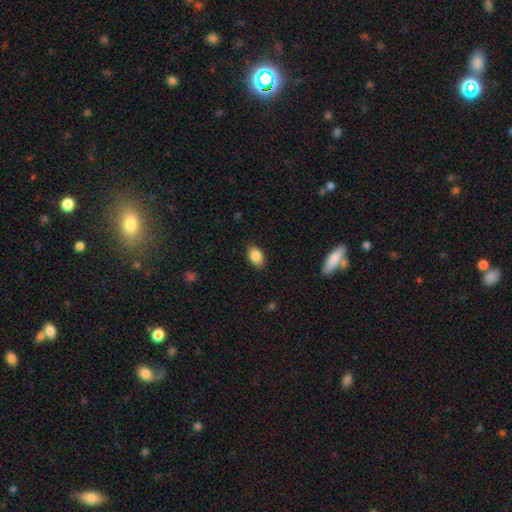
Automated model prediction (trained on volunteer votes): Overall: smooth (87%). How rounded: in between (83%). Merging: none (85%).